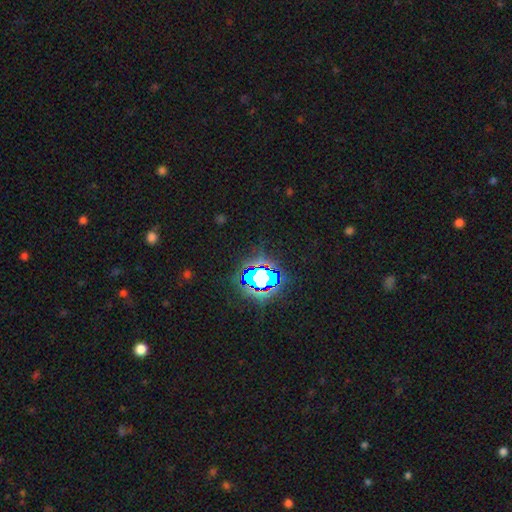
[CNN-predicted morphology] type=star or artifact (82%).